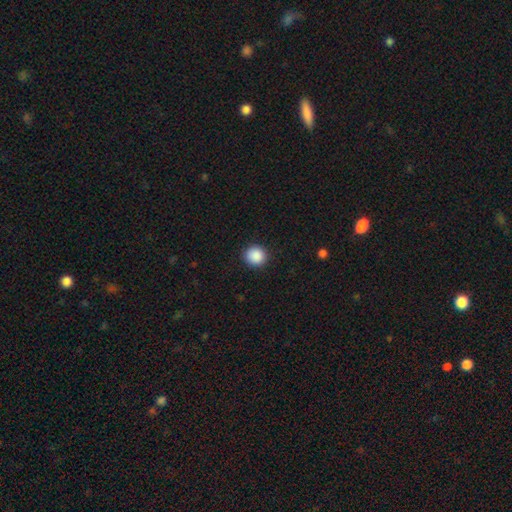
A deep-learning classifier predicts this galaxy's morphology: Overall: smooth (89%). How rounded: round (90%). Merging: none (91%).